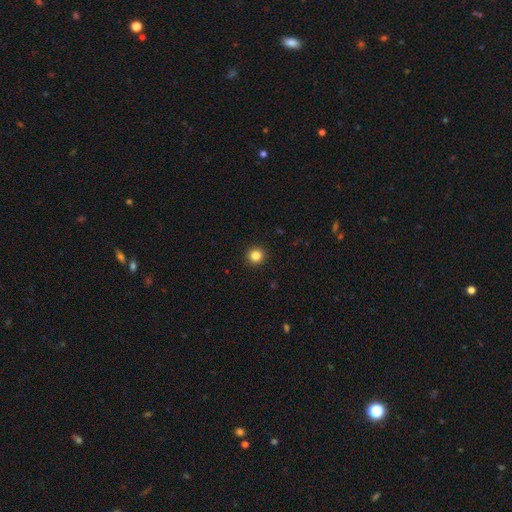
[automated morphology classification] smooth 84%, star or artifact 12%, featured or disk 4%. Down the decision tree: how rounded — round (95%); merging — none (94%).